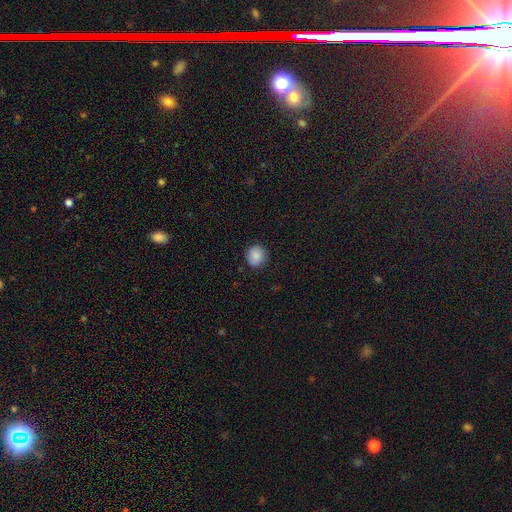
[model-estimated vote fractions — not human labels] Smooth or featured: smooth — 85% (star or artifact — 8%)
How rounded: round — 88% (in between — 11%)
Merging: none — 88% (minor disturbance — 9%)